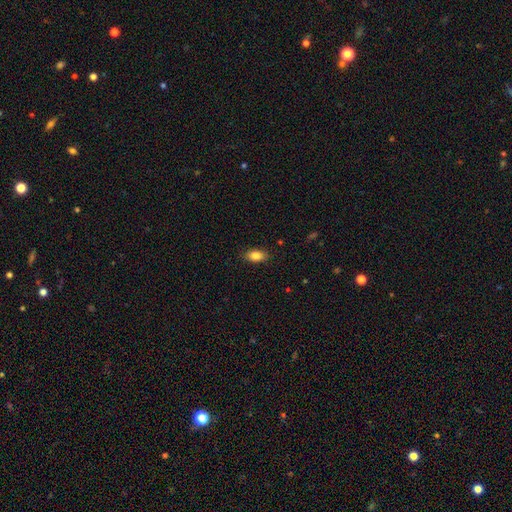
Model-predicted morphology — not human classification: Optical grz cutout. It shows a smooth galaxy with no disk features (85%) that is in between round and cigar-shaped (89%). Merging: none (86%).